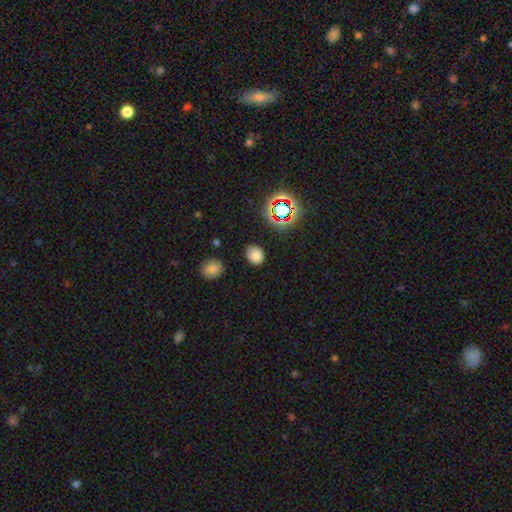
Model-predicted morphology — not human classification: smooth-or-featured: smooth: 78% | star or artifact: 16% | featured or disk: 6%
  how-rounded: round: 60% | in between: 39% | cigar-shaped: 1%
  merging: none: 81% | minor disturbance: 14% | major disturbance: 3% | merger: 2%